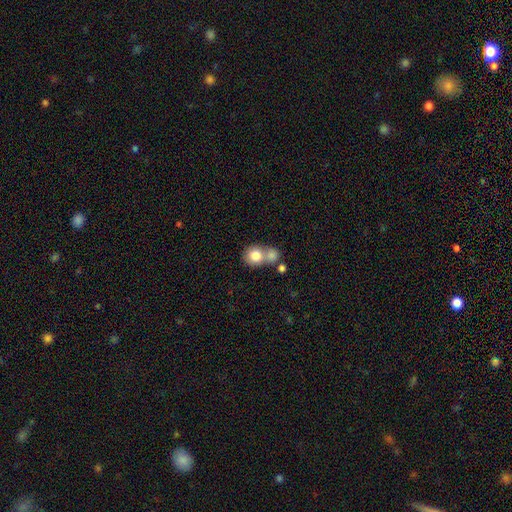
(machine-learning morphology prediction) Q: Smooth or featured?
A: smooth (80%); runner-up: featured or disk (11%)
Q: How rounded?
A: round (81%); runner-up: in between (18%)
Q: Merging?
A: merger (52%); runner-up: none (37%)